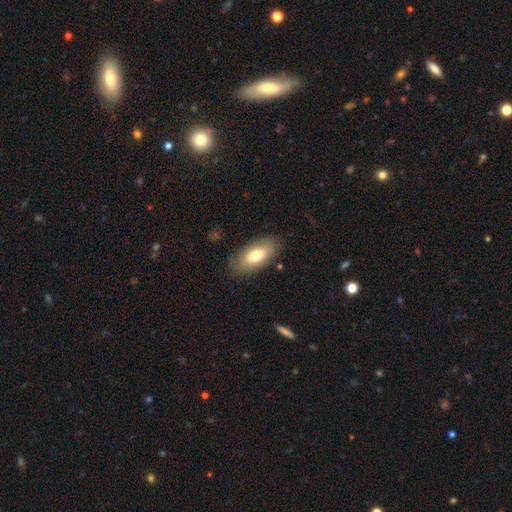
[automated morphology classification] This appears to be a smooth galaxy with no disk features (73%) that is in between round and cigar-shaped (89%). Merging: none (83%).